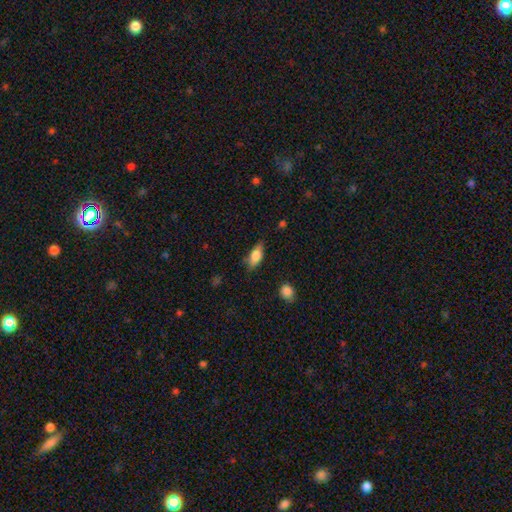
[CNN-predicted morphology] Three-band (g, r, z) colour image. It shows a smooth galaxy with no disk features (74%) that is in between round and cigar-shaped (80%). Merging: none (75%).